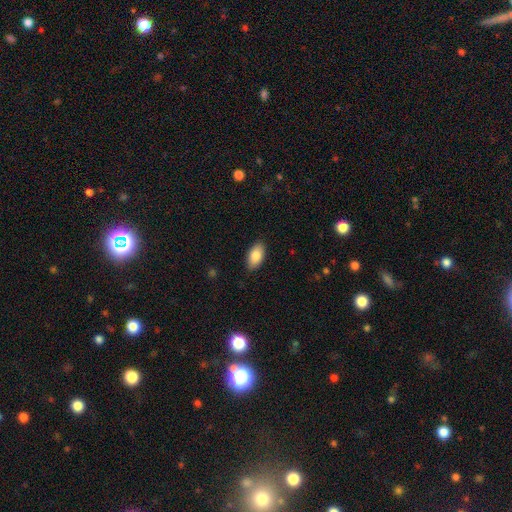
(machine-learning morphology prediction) Smooth or featured?
  - smooth: 85% *
  - featured or disk: 8%
  - star or artifact: 7%
How rounded?
  - in between: 94% *
  - round: 3%
  - cigar-shaped: 3%
Merging?
  - none: 88% *
  - minor disturbance: 9%
  - major disturbance: 2%
  - merger: 1%